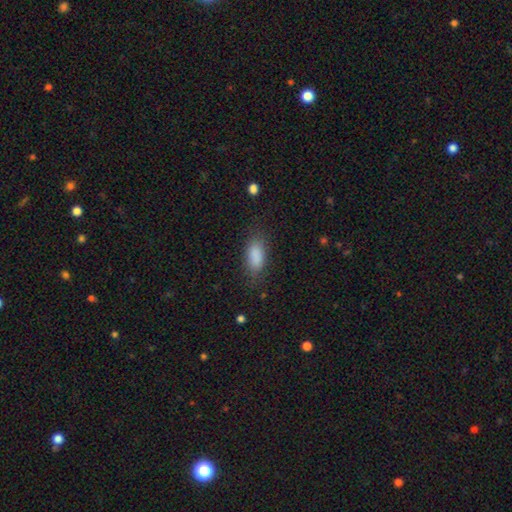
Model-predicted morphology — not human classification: This is clearly a smooth galaxy (87%). How rounded: clearly in between (87%). Merging: likely none (76%).